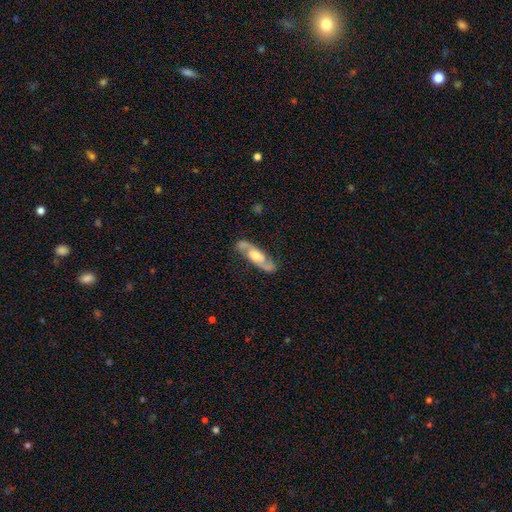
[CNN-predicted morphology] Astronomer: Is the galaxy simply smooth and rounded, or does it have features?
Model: featured or disk — 78%.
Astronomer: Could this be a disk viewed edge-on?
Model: no — 85%.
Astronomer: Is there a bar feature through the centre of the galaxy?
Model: no — 54% (runner-up: weak, 33%).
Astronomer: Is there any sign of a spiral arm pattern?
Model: yes — 91%.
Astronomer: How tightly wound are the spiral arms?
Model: medium — 50% (runner-up: tight, 26%).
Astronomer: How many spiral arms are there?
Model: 2 — 89%.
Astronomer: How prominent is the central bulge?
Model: moderate — 60%.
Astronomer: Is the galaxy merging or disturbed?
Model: none — 80%.